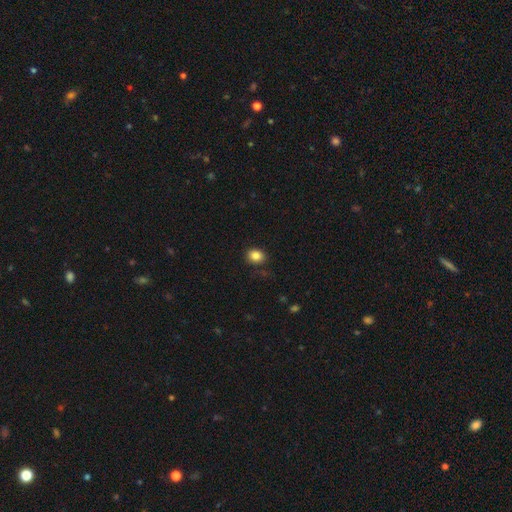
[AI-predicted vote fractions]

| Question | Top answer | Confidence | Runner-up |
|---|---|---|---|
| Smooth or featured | smooth | 85% | star or artifact (10%) |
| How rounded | round | 52% | in between (47%) |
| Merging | none | 86% | minor disturbance (10%) |